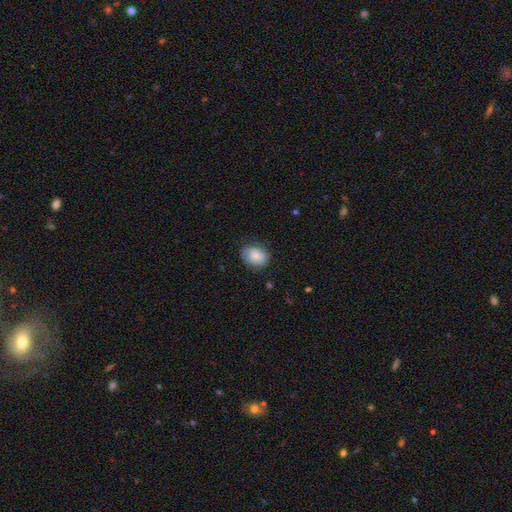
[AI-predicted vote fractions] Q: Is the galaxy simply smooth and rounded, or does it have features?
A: smooth — 83%.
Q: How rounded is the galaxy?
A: in between — 61%.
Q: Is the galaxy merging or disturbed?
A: none — 77%.